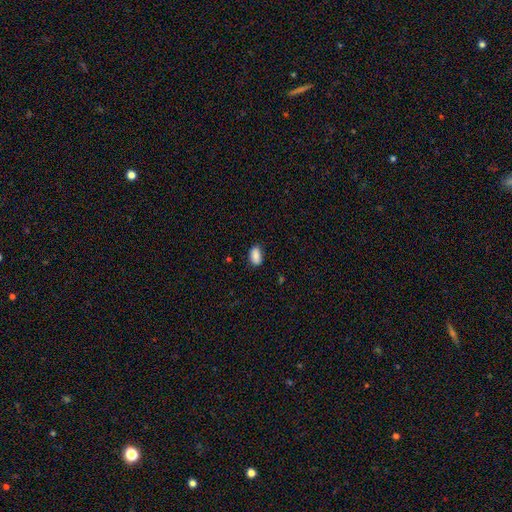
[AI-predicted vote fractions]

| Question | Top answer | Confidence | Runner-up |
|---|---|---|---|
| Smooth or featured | smooth | 88% | star or artifact (8%) |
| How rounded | in between | 91% | round (6%) |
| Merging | none | 81% | minor disturbance (15%) |